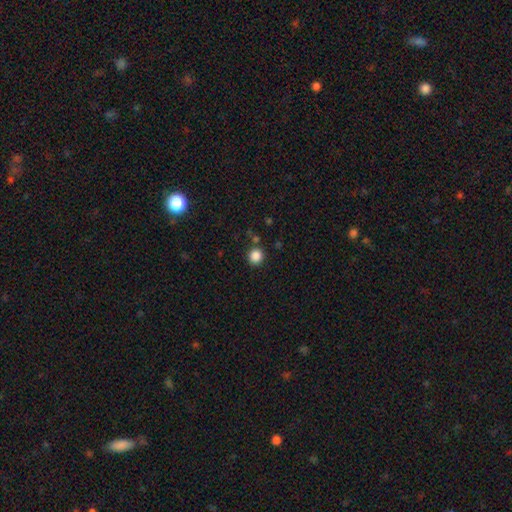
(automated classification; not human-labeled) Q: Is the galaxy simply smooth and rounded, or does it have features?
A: smooth — 85%.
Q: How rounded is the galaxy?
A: round — 89%.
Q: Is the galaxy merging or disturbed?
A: none — 84%.